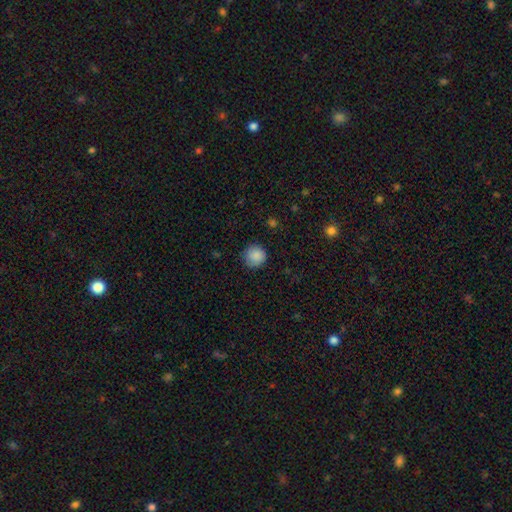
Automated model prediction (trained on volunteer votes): smooth_or_featured: smooth (p=0.88) [alt: star or artifact p=0.08]
how_rounded: round (p=0.93) [alt: in between p=0.06]
merging: none (p=0.83) [alt: minor disturbance p=0.13]